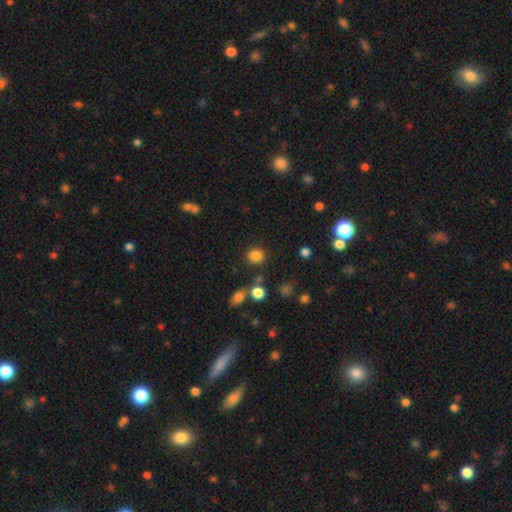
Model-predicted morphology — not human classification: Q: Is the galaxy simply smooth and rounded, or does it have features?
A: smooth — 83%.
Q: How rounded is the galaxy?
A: round — 79%.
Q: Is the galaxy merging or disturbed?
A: none — 82%.